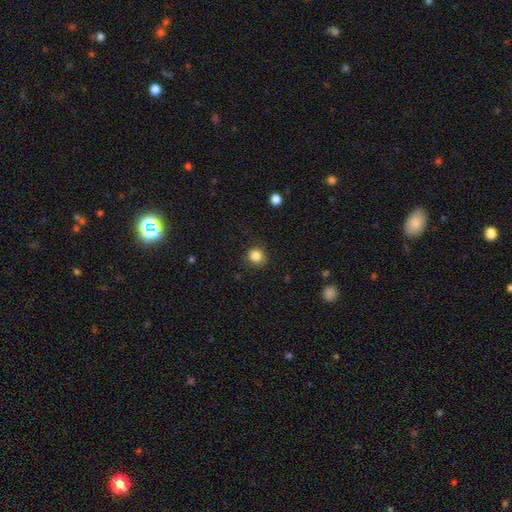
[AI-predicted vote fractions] smooth-or-featured: smooth: 84% | star or artifact: 11% | featured or disk: 4%
  how-rounded: round: 89% | in between: 10% | cigar-shaped: 1%
  merging: none: 86% | minor disturbance: 10% | major disturbance: 3% | merger: 1%